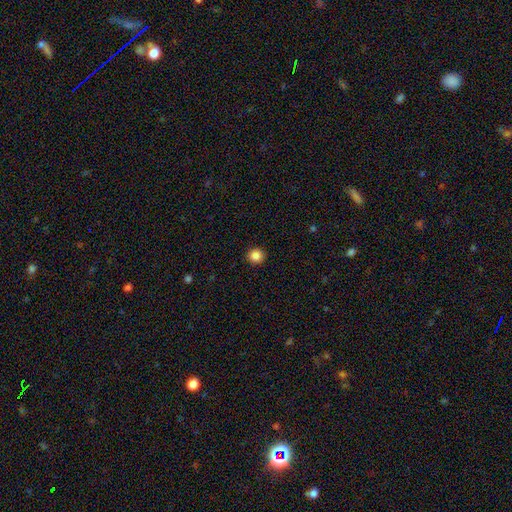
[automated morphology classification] type=smooth (85%); roundness=round (94%); merging=none (93%).